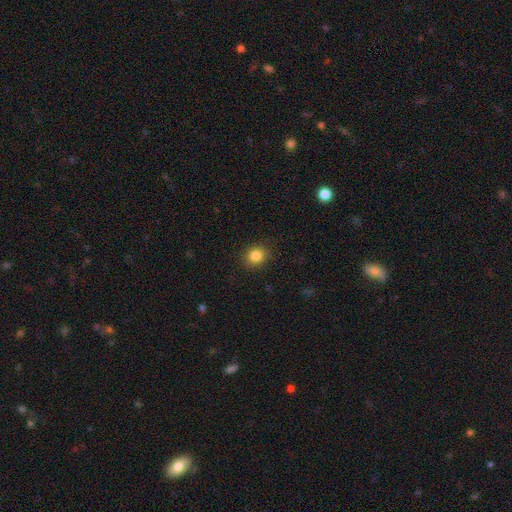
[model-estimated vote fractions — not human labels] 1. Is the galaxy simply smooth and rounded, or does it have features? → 85% smooth, 10% star or artifact, 5% featured or disk.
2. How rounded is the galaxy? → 73% round, 26% in between, 1% cigar-shaped.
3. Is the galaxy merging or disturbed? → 89% none, 7% minor disturbance, 2% major disturbance, 1% merger.